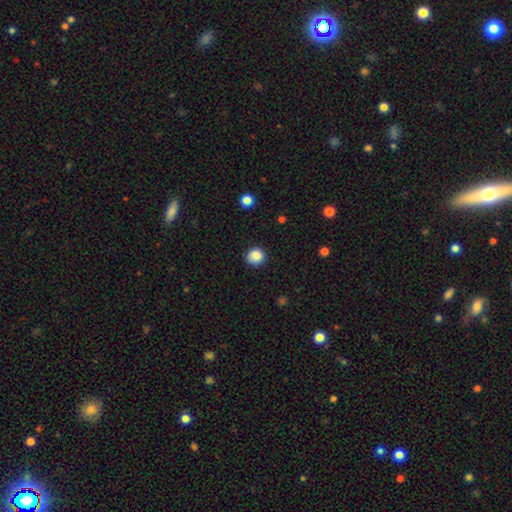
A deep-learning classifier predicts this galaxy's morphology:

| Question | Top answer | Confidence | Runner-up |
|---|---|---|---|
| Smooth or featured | smooth | 88% | star or artifact (10%) |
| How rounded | round | 90% | in between (9%) |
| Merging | none | 87% | minor disturbance (9%) |